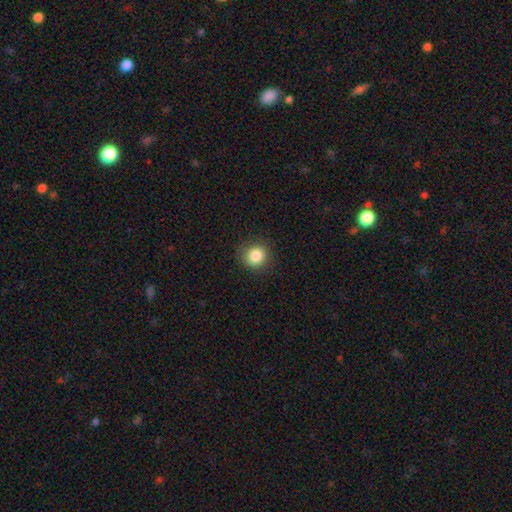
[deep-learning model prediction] This is clearly a smooth galaxy (85%). How rounded: clearly round (89%). Merging: clearly none (89%).